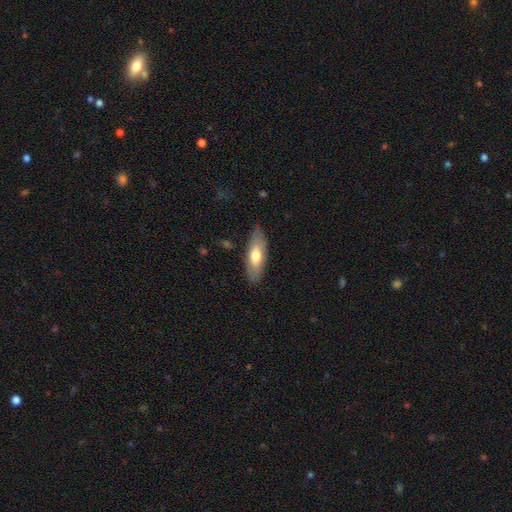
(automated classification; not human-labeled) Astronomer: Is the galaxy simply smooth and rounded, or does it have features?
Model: smooth — 62%.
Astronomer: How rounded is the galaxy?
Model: in between — 67%.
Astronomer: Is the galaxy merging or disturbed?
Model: none — 81%.